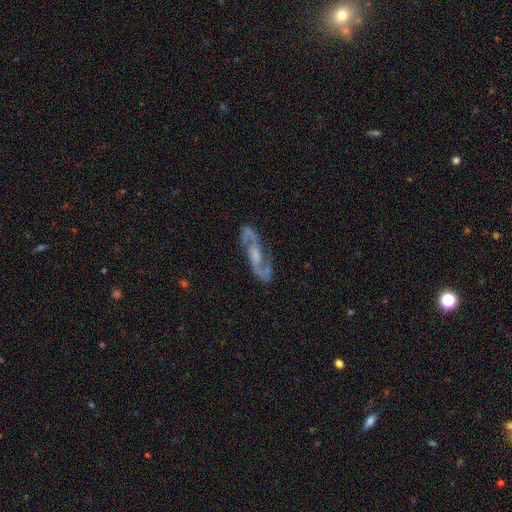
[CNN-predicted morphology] Smooth or featured? Predicted: featured or disk (p=0.90). Edge-on disk? Predicted: no (p=0.92). Bar? Predicted: weak (p=0.44). Spiral arms? Predicted: yes (p=0.97). Spiral winding? Predicted: medium (p=0.56). Spiral arm count? Predicted: 2 (p=0.93). Bulge size? Predicted: moderate (p=0.38). Merging? Predicted: none (p=0.81).